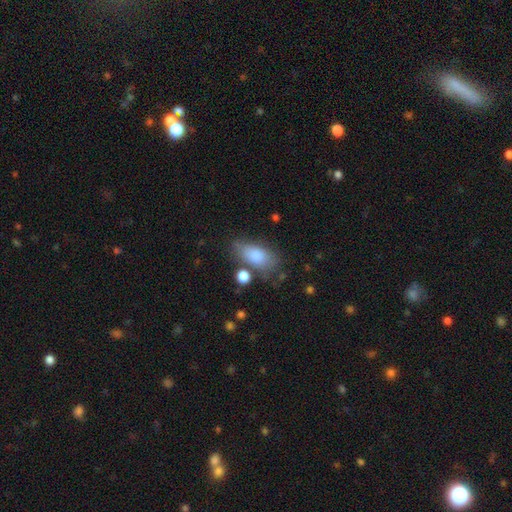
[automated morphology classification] Smooth or featured: smooth — 81% (featured or disk — 12%)
How rounded: in between — 88% (cigar-shaped — 6%)
Merging: none — 60% (minor disturbance — 22%)